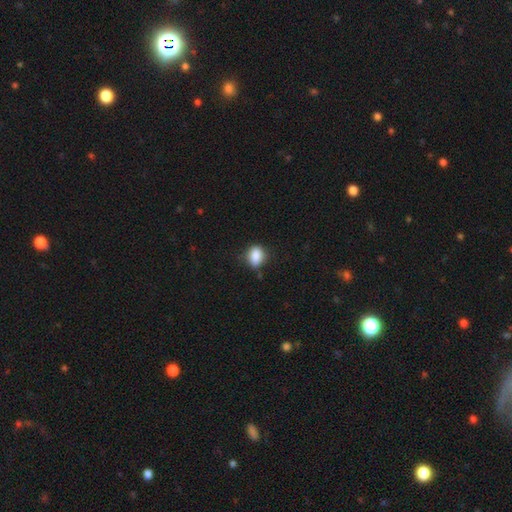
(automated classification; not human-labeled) Overall: smooth (86%). How rounded: in between (66%; round 32%). Merging: none (68%).